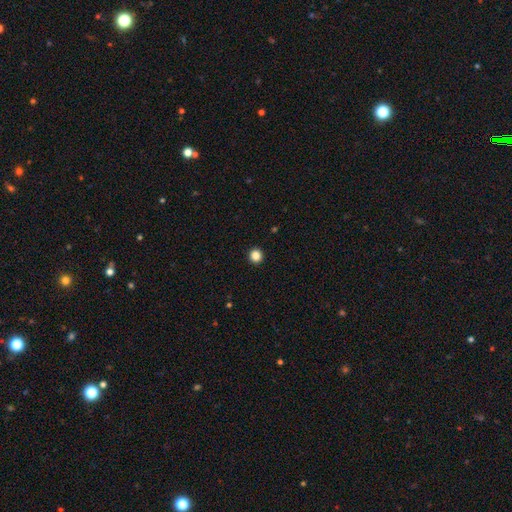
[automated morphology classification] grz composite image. It shows a smooth galaxy with no disk features (86%) that is round (95%). Merging: none (94%).